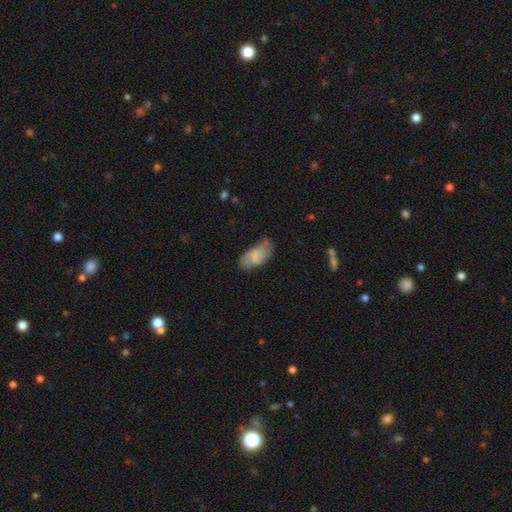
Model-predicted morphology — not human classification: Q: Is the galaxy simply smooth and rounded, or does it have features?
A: smooth — 64%.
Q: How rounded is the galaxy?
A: in between — 93%.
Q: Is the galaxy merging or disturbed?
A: none — 50%.